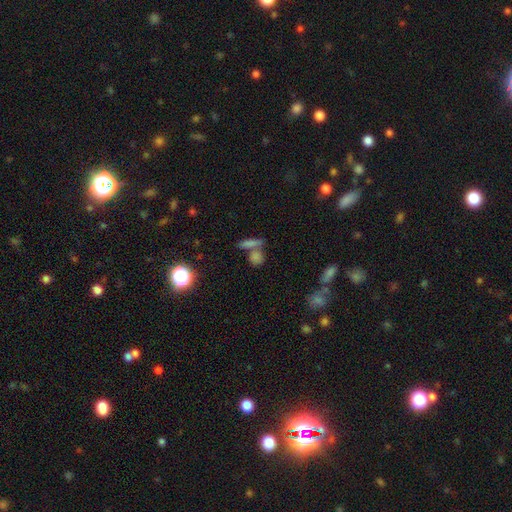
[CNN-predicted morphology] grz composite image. It shows a smooth galaxy with no disk features (61%) that is round (42%). Merging: none (52%).